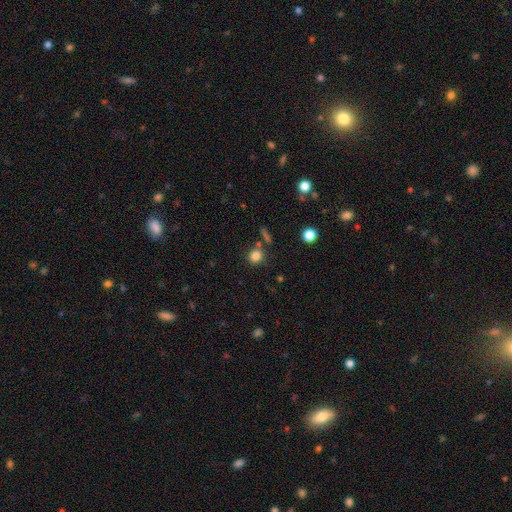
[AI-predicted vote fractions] smooth-or-featured: smooth: 82% | star or artifact: 12% | featured or disk: 5%
  how-rounded: round: 80% | in between: 19% | cigar-shaped: 1%
  merging: none: 76% | minor disturbance: 10% | merger: 9% | major disturbance: 4%